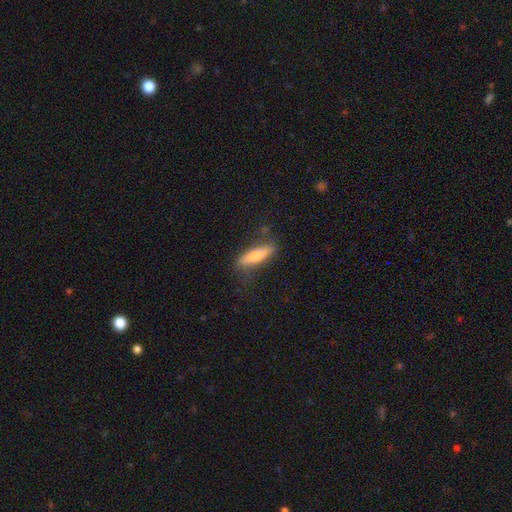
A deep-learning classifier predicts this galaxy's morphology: Q: Smooth or featured?
A: smooth (76%); runner-up: featured or disk (18%)
Q: How rounded?
A: cigar-shaped (62%); runner-up: in between (37%)
Q: Merging?
A: none (73%); runner-up: minor disturbance (19%)